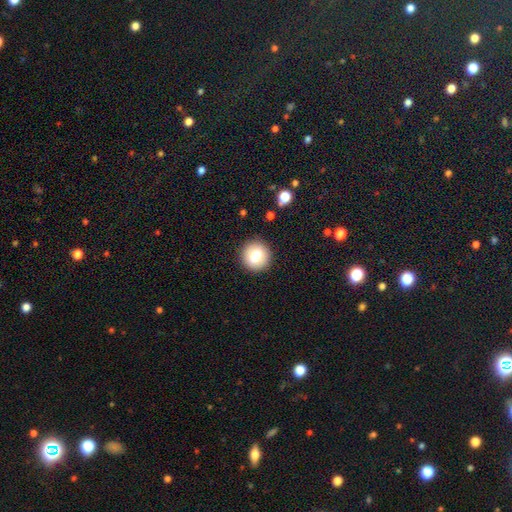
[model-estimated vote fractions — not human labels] Smooth or featured?
  - smooth: 77% *
  - featured or disk: 14%
  - star or artifact: 9%
How rounded?
  - round: 94% *
  - in between: 6%
  - cigar-shaped: 1%
Merging?
  - none: 91% *
  - minor disturbance: 6%
  - major disturbance: 2%
  - merger: 1%